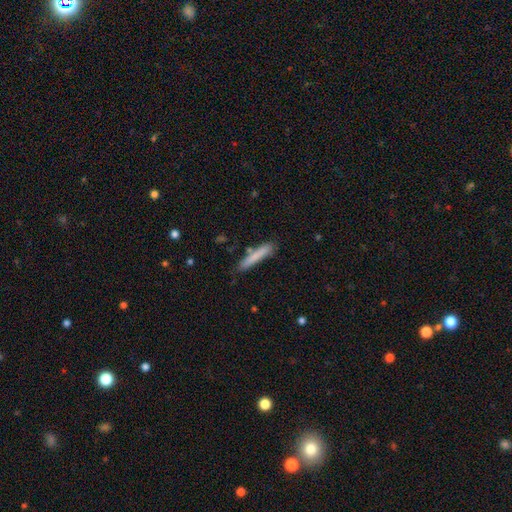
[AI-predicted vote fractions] This appears to be a smooth galaxy with no disk features (78%) that is cigar-shaped (94%). Merging: none (81%).